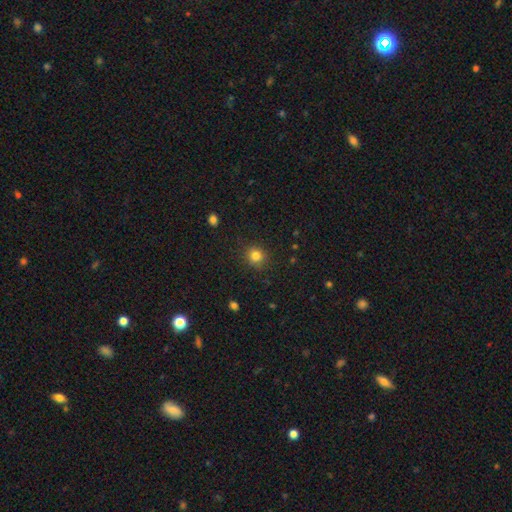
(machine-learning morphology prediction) Overall: smooth (82%). How rounded: round (85%). Merging: none (87%).